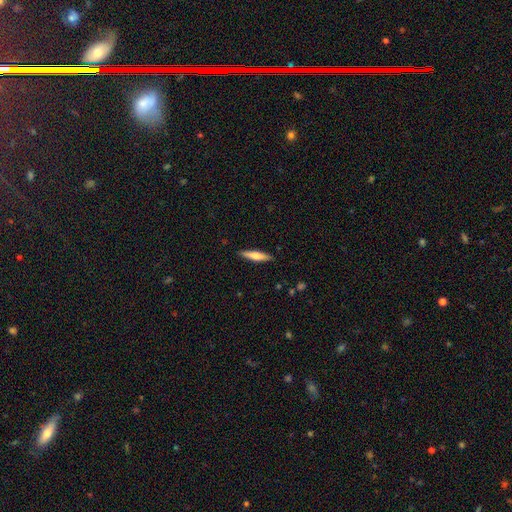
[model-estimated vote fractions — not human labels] A smooth galaxy with no disk features (66%) that is cigar-shaped (85%). Merging: none (89%).